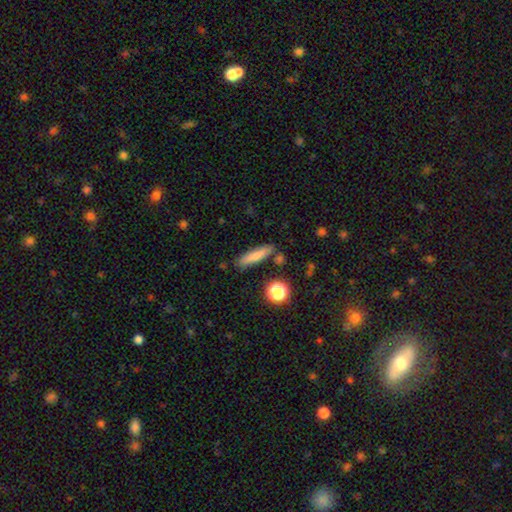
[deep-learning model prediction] Smooth or featured? Predicted: smooth (p=0.77). How rounded? Predicted: cigar-shaped (p=0.76). Merging? Predicted: none (p=0.79).